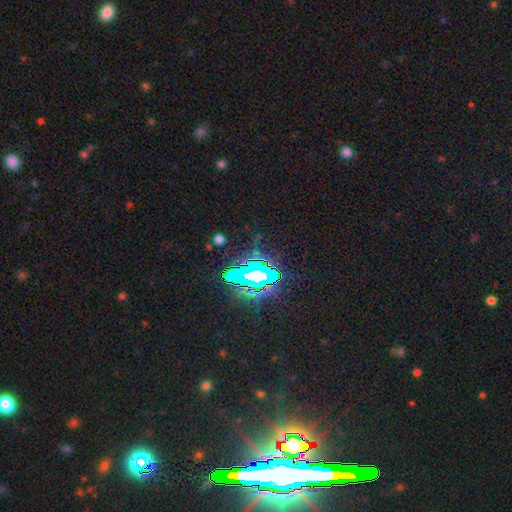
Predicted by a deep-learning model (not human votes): star or artifact 74%, featured or disk 13%, smooth 13%.